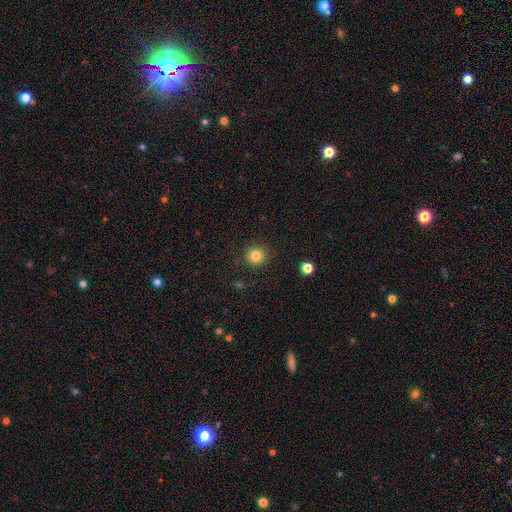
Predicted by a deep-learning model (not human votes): smooth 82%, star or artifact 12%, featured or disk 6%. Down the decision tree: how rounded — round (93%); merging — none (90%).